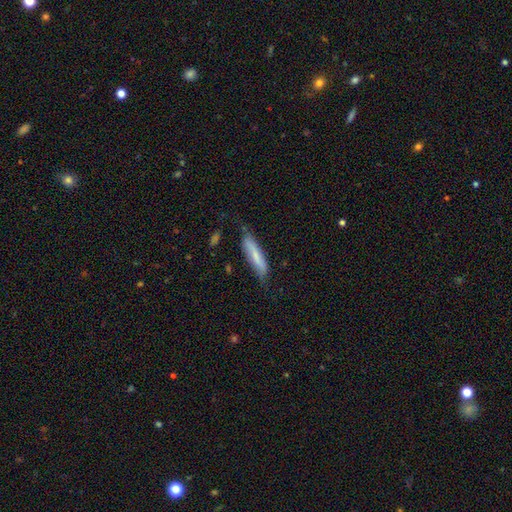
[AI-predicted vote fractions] This is likely a smooth galaxy (65%). How rounded: clearly cigar-shaped (80%). Merging: likely none (63%).